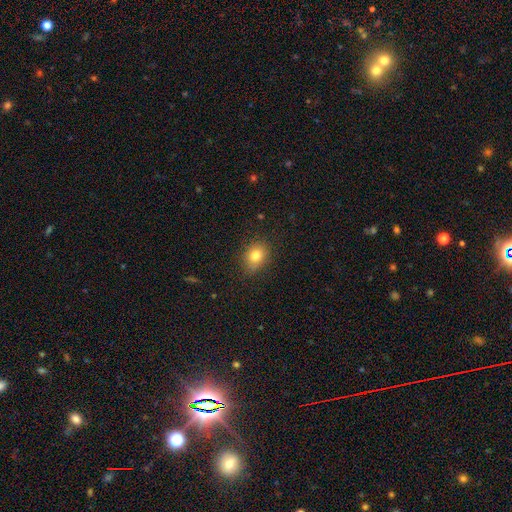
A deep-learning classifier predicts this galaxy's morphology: smooth 79%, star or artifact 11%, featured or disk 9%. Down the decision tree: how rounded — in between (56%); merging — none (81%).